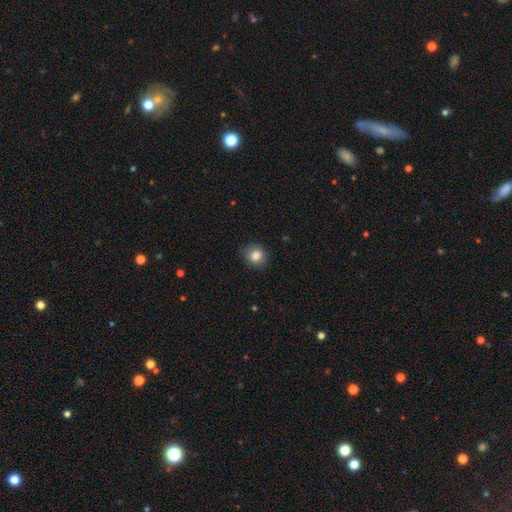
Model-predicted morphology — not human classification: Smooth or featured: smooth — 84% (star or artifact — 10%)
How rounded: round — 81% (in between — 18%)
Merging: none — 83% (minor disturbance — 13%)